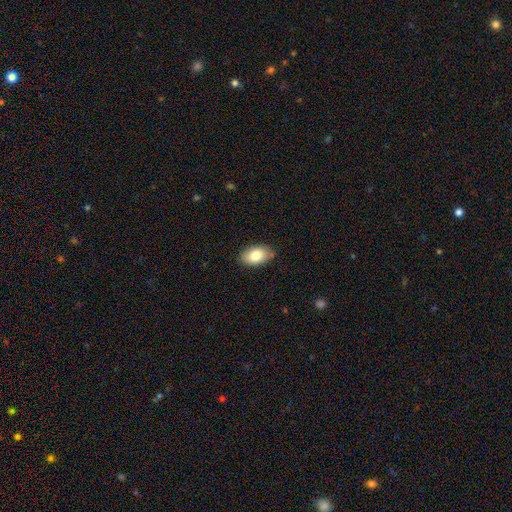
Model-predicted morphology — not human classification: Smooth or featured: smooth — 81% (featured or disk — 12%)
How rounded: in between — 92% (round — 7%)
Merging: none — 85% (minor disturbance — 12%)